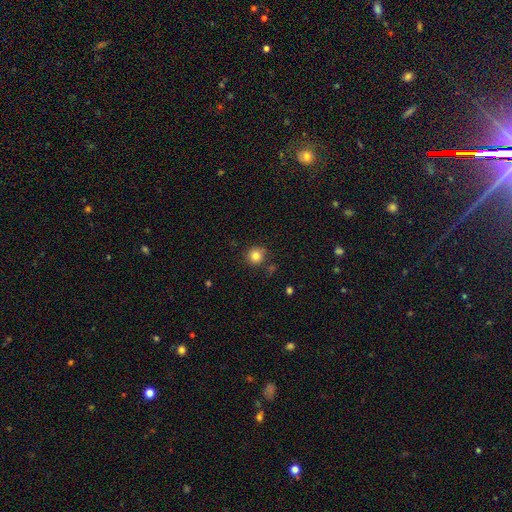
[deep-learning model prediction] Overall: smooth (83%). How rounded: round (92%). Merging: none (82%).